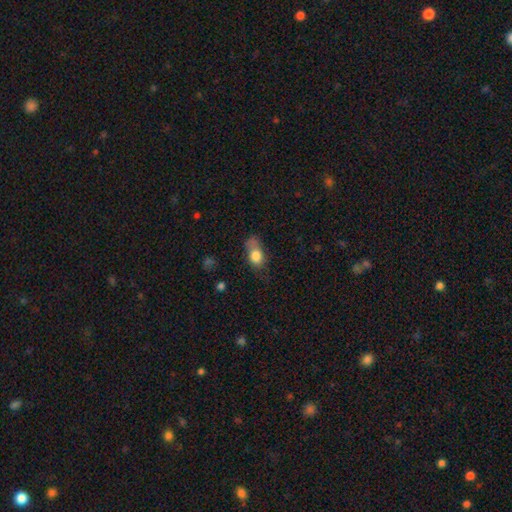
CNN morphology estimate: Smooth or featured? smooth (78%)
How rounded? in between (77%)
Merging? none (36%)